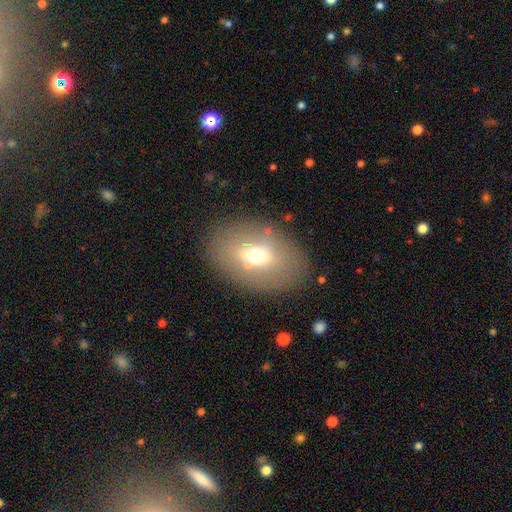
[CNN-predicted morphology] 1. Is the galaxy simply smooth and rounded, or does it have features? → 56% smooth, 32% featured or disk, 12% star or artifact.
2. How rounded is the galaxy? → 76% in between, 22% round, 1% cigar-shaped.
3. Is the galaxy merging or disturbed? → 81% none, 11% minor disturbance, 6% major disturbance, 3% merger.